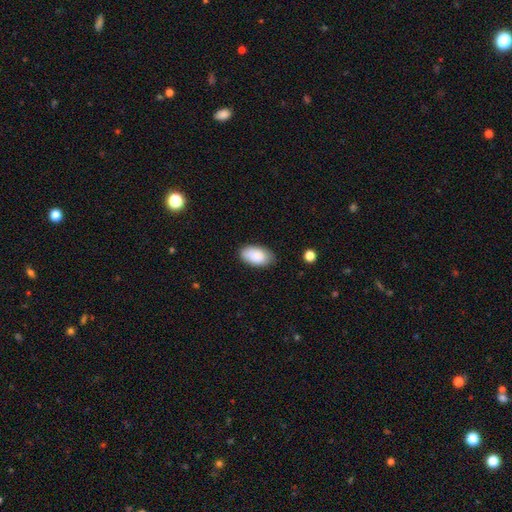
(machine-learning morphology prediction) The model was most divided on "merging": none: 78%, minor disturbance: 17%, major disturbance: 3%, merger: 1%. More confident: how rounded — in between (95%); smooth or featured — smooth (88%).